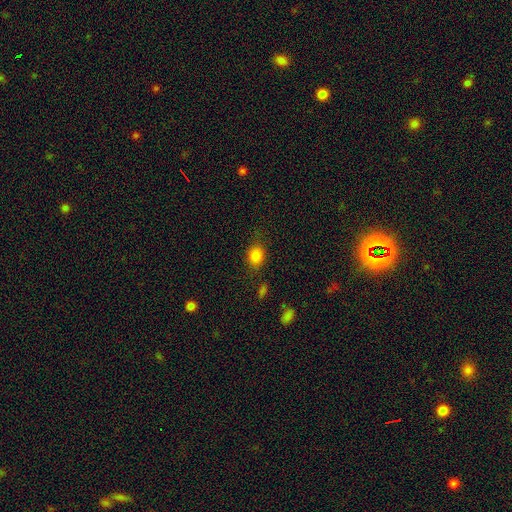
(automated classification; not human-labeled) Smooth or featured? smooth (82%)
How rounded? round (53%)
Merging? none (78%)